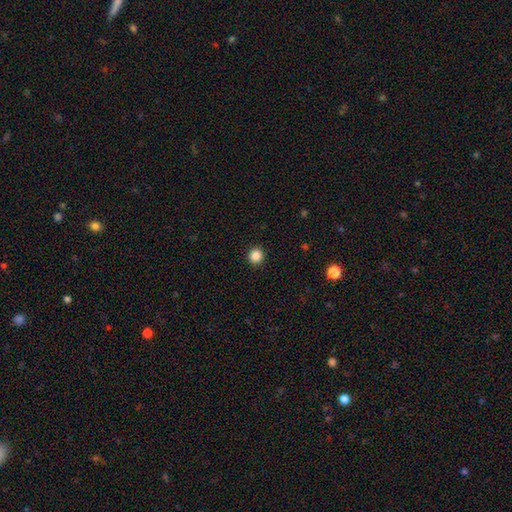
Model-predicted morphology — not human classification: Q: Smooth or featured?
A: smooth (86%); runner-up: star or artifact (11%)
Q: How rounded?
A: round (94%); runner-up: in between (5%)
Q: Merging?
A: none (94%); runner-up: minor disturbance (4%)